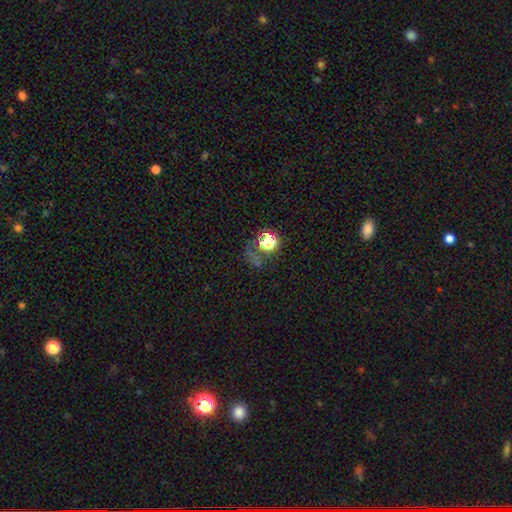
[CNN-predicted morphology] smooth_or_featured: star or artifact (p=0.57) [alt: smooth p=0.28]